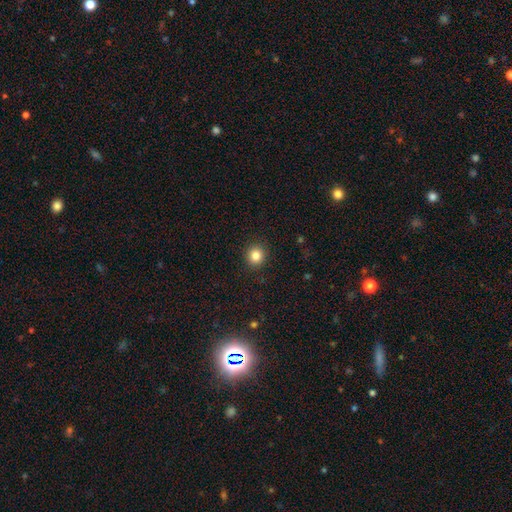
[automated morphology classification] A smooth galaxy with no disk features (84%) that is round (88%).

Vote fractions:
- Smooth or featured? smooth: 84% / star or artifact: 11% / featured or disk: 5%
- How rounded? round: 88% / in between: 11% / cigar-shaped: 1%
- Merging? none: 91% / minor disturbance: 6% / major disturbance: 2% / merger: 1%